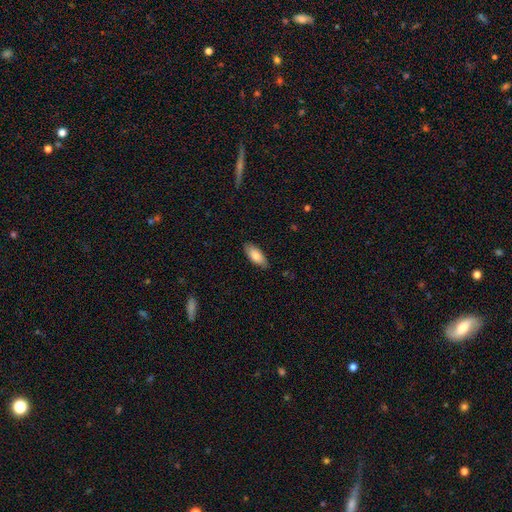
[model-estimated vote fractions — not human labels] Q: Smooth or featured?
A: smooth (83%); runner-up: featured or disk (11%)
Q: How rounded?
A: in between (84%); runner-up: cigar-shaped (14%)
Q: Merging?
A: none (84%); runner-up: minor disturbance (12%)